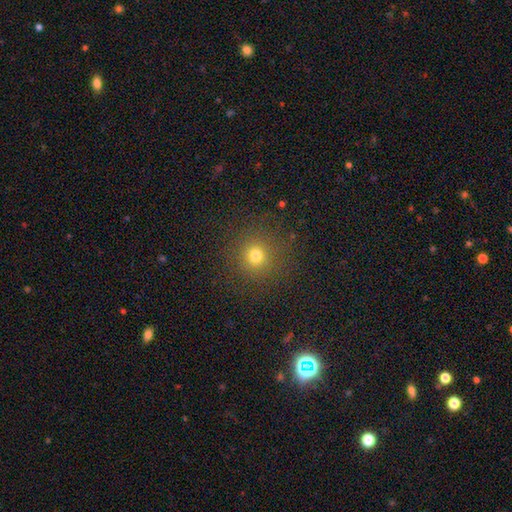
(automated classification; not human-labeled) Smooth or featured: smooth — 73% (star or artifact — 19%)
How rounded: round — 93% (in between — 6%)
Merging: none — 87% (minor disturbance — 8%)